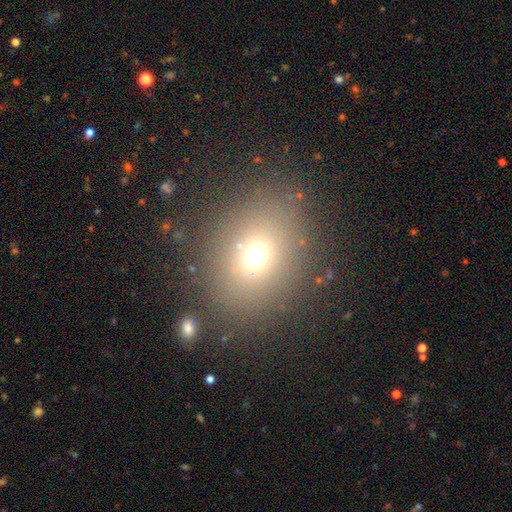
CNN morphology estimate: Smooth or featured? Predicted: smooth (p=0.68). How rounded? Predicted: round (p=0.55). Merging? Predicted: none (p=0.83).